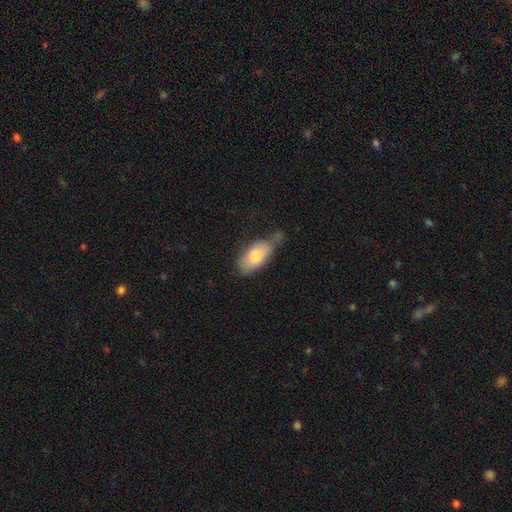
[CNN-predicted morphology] smooth-or-featured: smooth: 78% | featured or disk: 16% | star or artifact: 6%
  how-rounded: in between: 90% | cigar-shaped: 6% | round: 3%
  merging: none: 44% | minor disturbance: 34% | major disturbance: 12% | merger: 10%